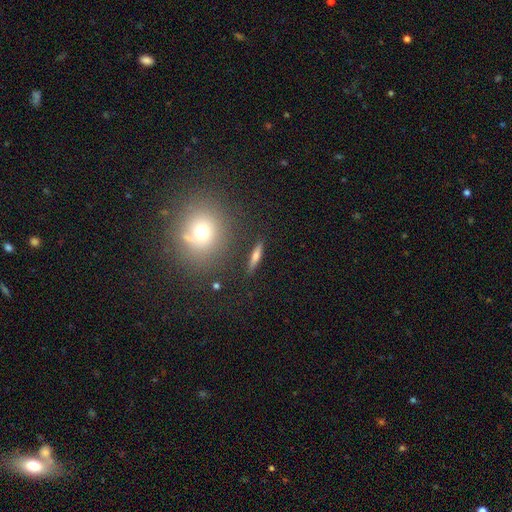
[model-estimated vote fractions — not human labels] A smooth galaxy with no disk features (53%) that is cigar-shaped (77%).

Vote fractions:
- Smooth or featured? smooth: 53% / featured or disk: 37% / star or artifact: 10%
- How rounded? cigar-shaped: 77% / in between: 15% / round: 8%
- Merging? none: 87% / minor disturbance: 7% / merger: 3% / major disturbance: 3%